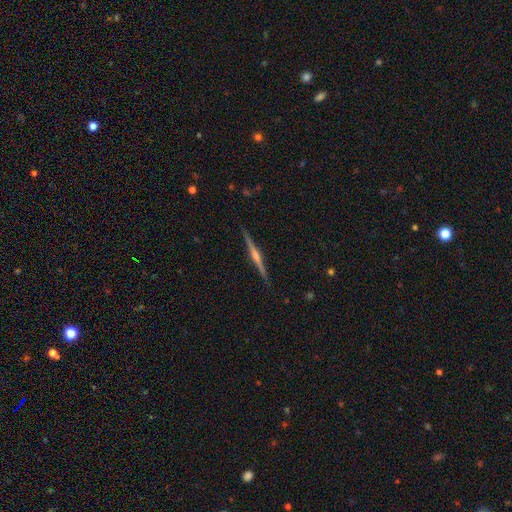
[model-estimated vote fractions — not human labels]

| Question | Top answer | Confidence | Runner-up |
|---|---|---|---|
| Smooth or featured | featured or disk | 84% | smooth (10%) |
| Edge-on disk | yes | 99% | no (1%) |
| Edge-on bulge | rounded | 83% | none (9%) |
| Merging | none | 92% | minor disturbance (6%) |